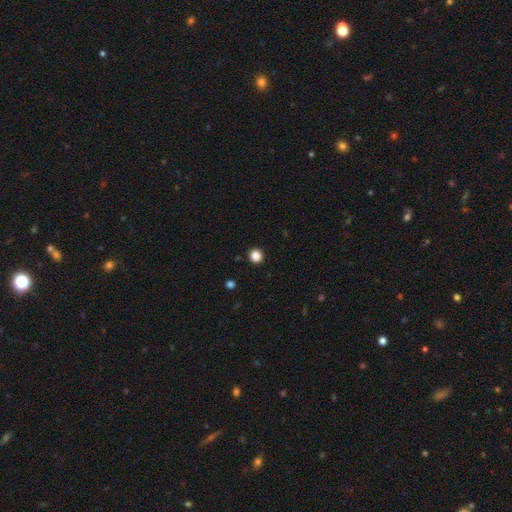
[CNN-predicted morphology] The model was most divided on "smooth or featured": smooth: 85%, star or artifact: 12%, featured or disk: 3%. More confident: merging — none (92%); how rounded — round (90%).